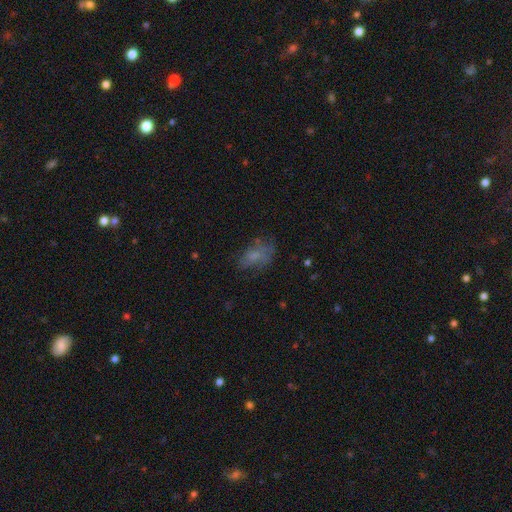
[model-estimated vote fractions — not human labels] Smooth or featured?
  - smooth: 63% *
  - featured or disk: 25%
  - star or artifact: 12%
How rounded?
  - in between: 87% *
  - round: 11%
  - cigar-shaped: 3%
Merging?
  - none: 51% *
  - minor disturbance: 27%
  - major disturbance: 19%
  - merger: 3%